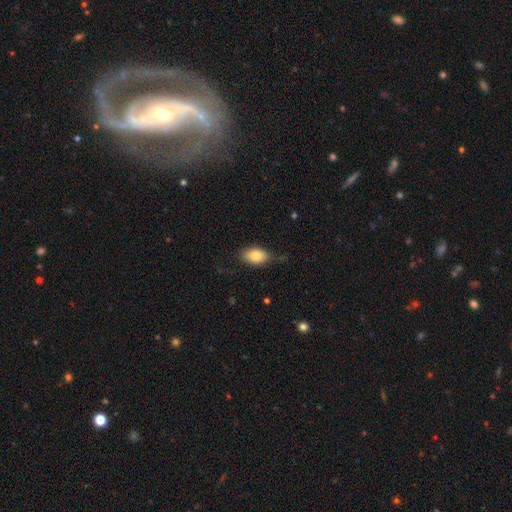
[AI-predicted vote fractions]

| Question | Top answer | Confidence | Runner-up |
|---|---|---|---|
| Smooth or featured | smooth | 82% | featured or disk (10%) |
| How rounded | in between | 88% | round (9%) |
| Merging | none | 73% | minor disturbance (21%) |